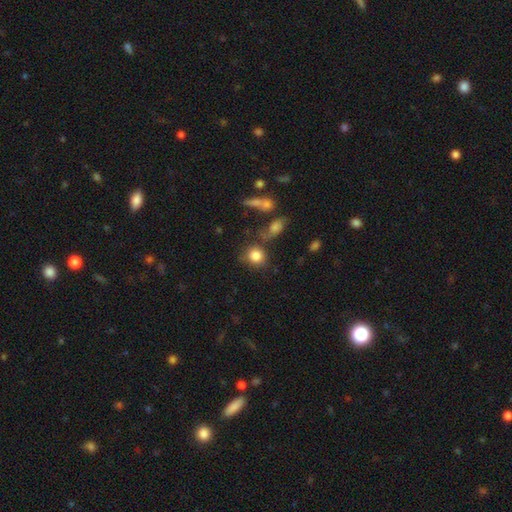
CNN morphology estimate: Overall: smooth (84%). How rounded: round (81%). Merging: none (69%).